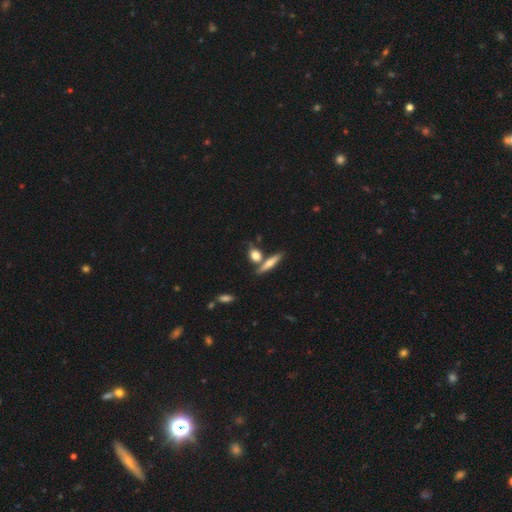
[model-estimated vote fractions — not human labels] The model was most divided on "how rounded": round: 40%, in between: 37%, cigar-shaped: 23%. More confident: smooth or featured — smooth (70%); merging — none (64%).